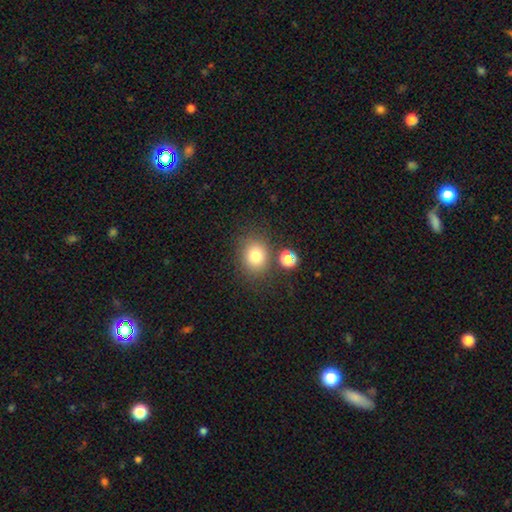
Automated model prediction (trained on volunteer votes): The model was most divided on "how rounded": round: 73%, in between: 26%, cigar-shaped: 1%. More confident: smooth or featured — smooth (78%); merging — none (76%).